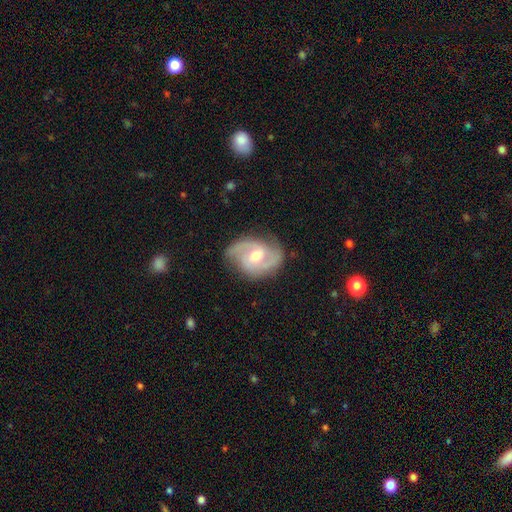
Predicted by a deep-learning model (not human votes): Q: Smooth or featured?
A: featured or disk (86%); runner-up: smooth (9%)
Q: Edge-on disk?
A: no (97%); runner-up: yes (3%)
Q: Bar?
A: weak (44%); tied with: no (44%)
Q: Spiral arms?
A: yes (96%); runner-up: no (4%)
Q: Spiral winding?
A: medium (52%); runner-up: tight (30%)
Q: Spiral arm count?
A: 2 (85%); runner-up: 3 (6%)
Q: Bulge size?
A: moderate (71%); runner-up: small (23%)
Q: Merging?
A: none (77%); runner-up: minor disturbance (17%)